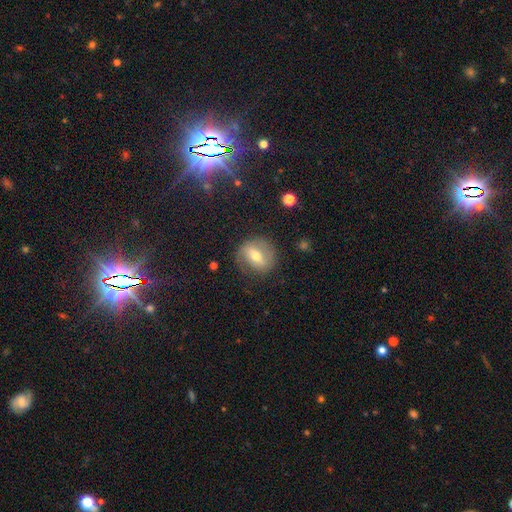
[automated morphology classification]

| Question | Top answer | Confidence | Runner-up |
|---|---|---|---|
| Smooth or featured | featured or disk | 49% | smooth (42%) |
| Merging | none | 77% | minor disturbance (15%) |